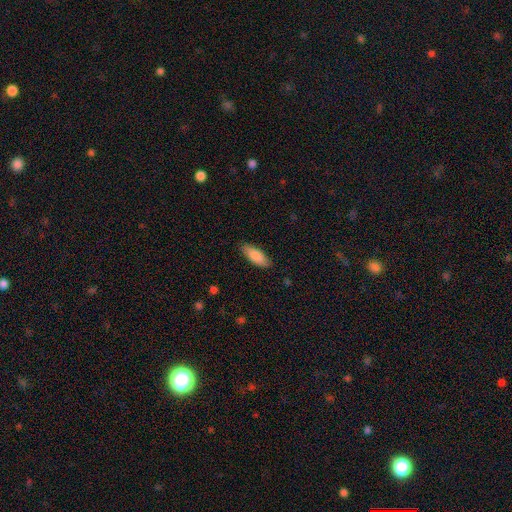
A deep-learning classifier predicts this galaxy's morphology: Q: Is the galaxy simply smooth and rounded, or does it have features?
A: smooth — 86%.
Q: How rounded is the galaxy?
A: in between — 76%.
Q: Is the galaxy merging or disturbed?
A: none — 84%.